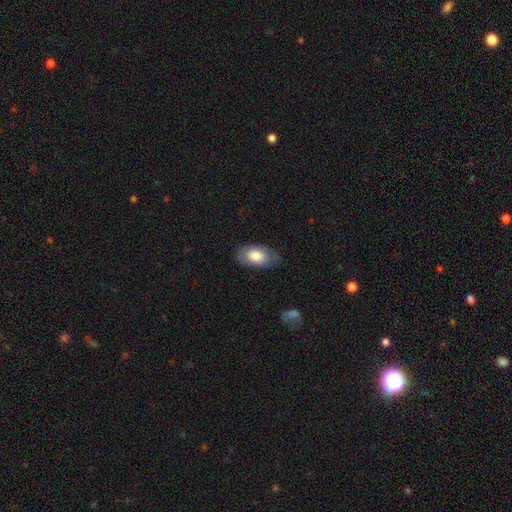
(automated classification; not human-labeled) smooth 77%, featured or disk 17%, star or artifact 6%. Down the decision tree: how rounded — in between (94%); merging — none (77%).